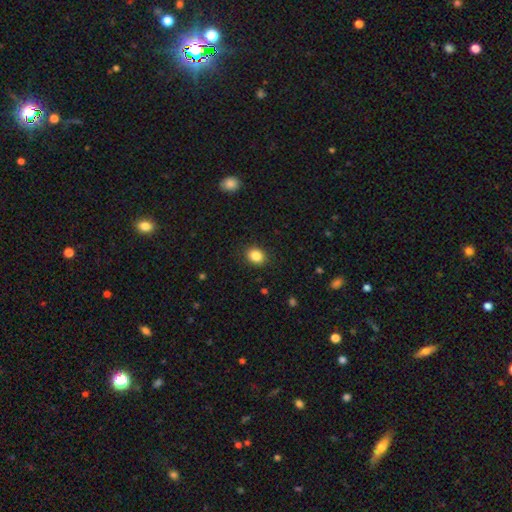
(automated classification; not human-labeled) Smooth or featured? Predicted: smooth (p=0.86). How rounded? Predicted: round (p=0.52). Merging? Predicted: none (p=0.89).